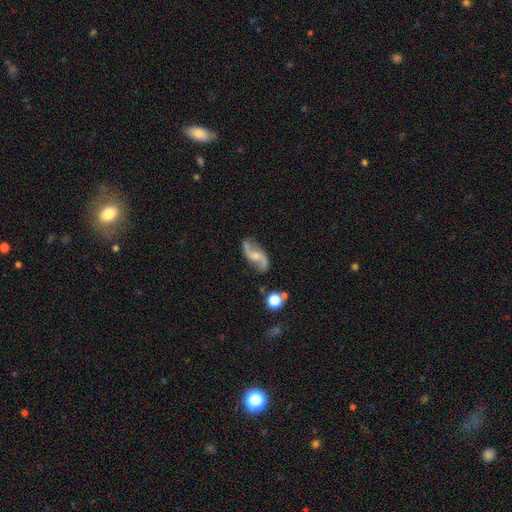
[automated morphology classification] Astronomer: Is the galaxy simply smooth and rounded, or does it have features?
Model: featured or disk — 86%.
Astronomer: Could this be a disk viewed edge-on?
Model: no — 97%.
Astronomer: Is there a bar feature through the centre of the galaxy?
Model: no — 53% (runner-up: weak, 36%).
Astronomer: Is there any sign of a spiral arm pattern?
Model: yes — 96%.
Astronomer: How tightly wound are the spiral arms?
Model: loose — 82%.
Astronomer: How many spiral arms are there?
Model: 2 — 94%.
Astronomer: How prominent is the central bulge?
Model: small — 49% (runner-up: moderate, 39%).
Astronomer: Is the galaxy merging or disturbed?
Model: none — 80%.